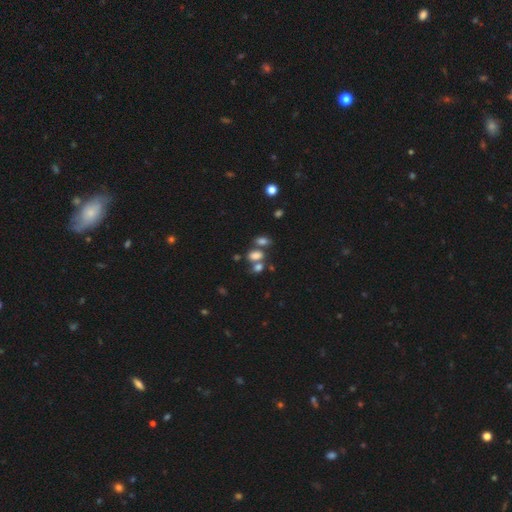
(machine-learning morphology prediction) smooth-or-featured: smooth: 75% | star or artifact: 15% | featured or disk: 10%
  how-rounded: in between: 83% | round: 14% | cigar-shaped: 3%
  merging: none: 42% | merger: 40% | minor disturbance: 12% | major disturbance: 6%